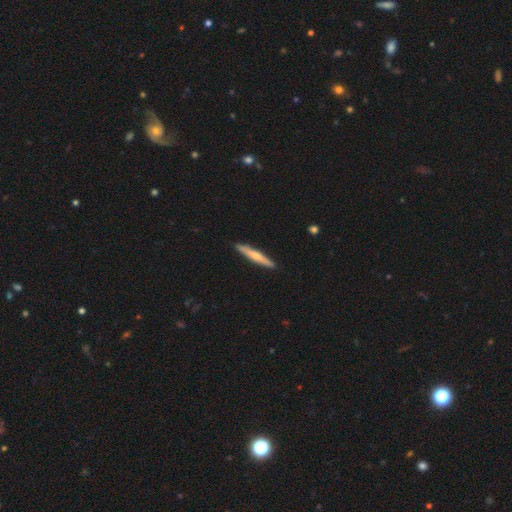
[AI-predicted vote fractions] A smooth galaxy with no disk features (55%) that is cigar-shaped (94%).

Vote fractions:
- Smooth or featured? smooth: 55% / featured or disk: 40% / star or artifact: 5%
- How rounded? cigar-shaped: 94% / in between: 4% / round: 1%
- Merging? none: 91% / minor disturbance: 7% / major disturbance: 1% / merger: 1%